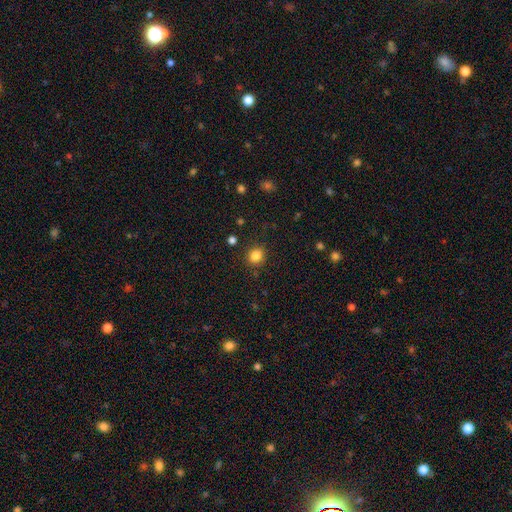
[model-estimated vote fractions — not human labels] The model was most divided on "how rounded": round: 82%, in between: 17%, cigar-shaped: 1%. More confident: merging — none (88%); smooth or featured — smooth (84%).